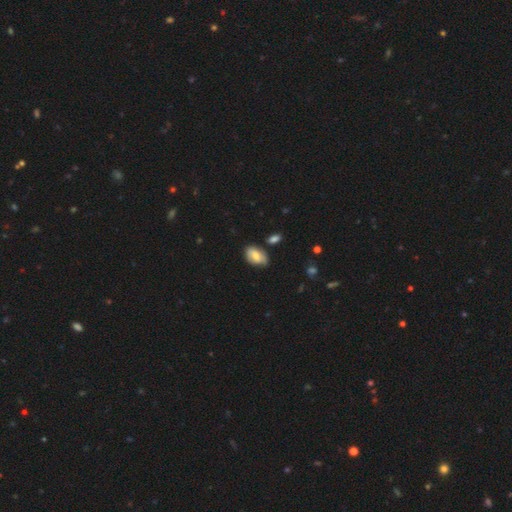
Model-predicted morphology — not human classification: This appears to be a smooth galaxy with no disk features (70%) that is in between round and cigar-shaped (88%). Merging: none (63%).